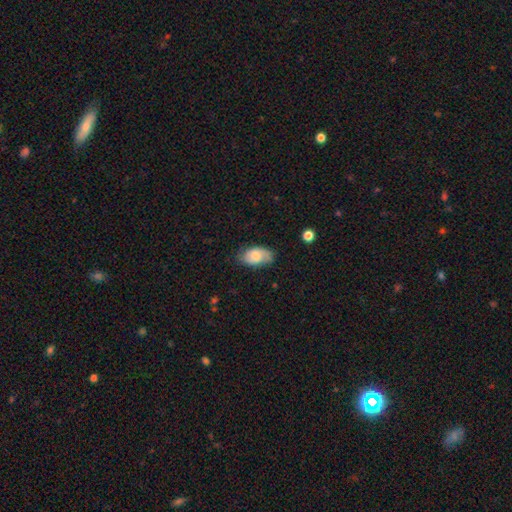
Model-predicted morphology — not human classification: type=smooth (68%); roundness=in between (93%); merging=none (65%).